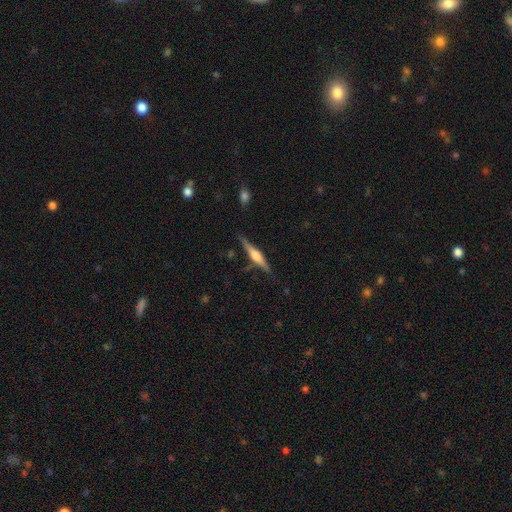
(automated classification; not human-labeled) Smooth or featured?
  - featured or disk: 71% *
  - smooth: 23%
  - star or artifact: 6%
Edge-on disk?
  - yes: 98% *
  - no: 2%
Edge-on bulge?
  - rounded: 83% *
  - boxy: 13%
  - none: 4%
Merging?
  - none: 83% *
  - minor disturbance: 12%
  - major disturbance: 3%
  - merger: 2%